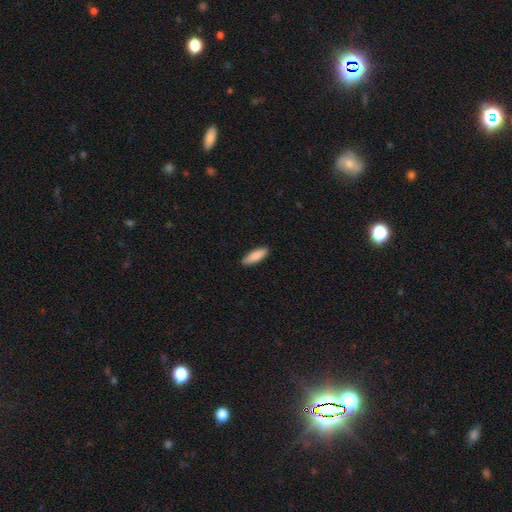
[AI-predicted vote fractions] This is clearly a smooth galaxy (88%). How rounded: possibly in between (53%). Merging: clearly none (90%).